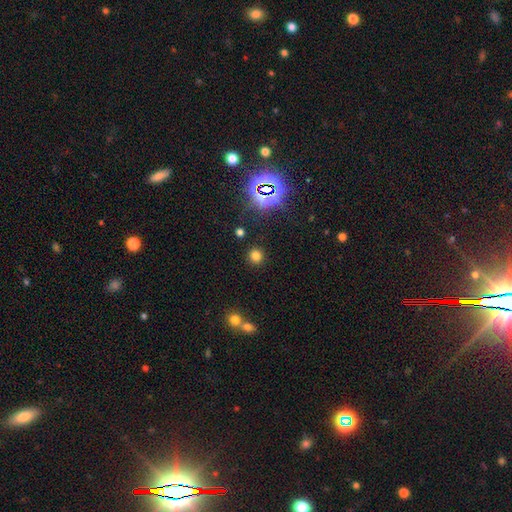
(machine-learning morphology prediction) The model was most divided on "smooth or featured": smooth: 73%, star or artifact: 22%, featured or disk: 6%. More confident: how rounded — round (92%); merging — none (88%).